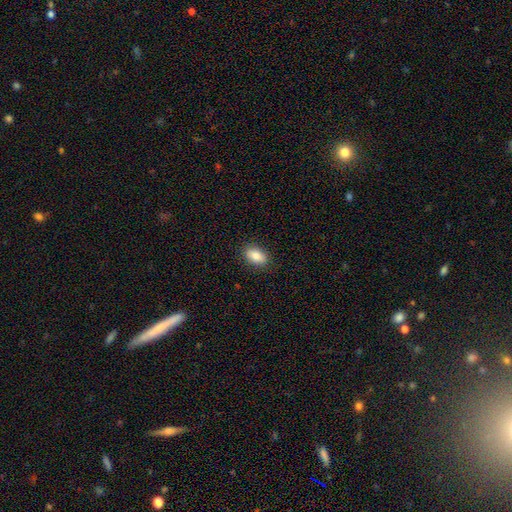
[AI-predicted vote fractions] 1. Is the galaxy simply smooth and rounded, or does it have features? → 85% smooth, 8% star or artifact, 7% featured or disk.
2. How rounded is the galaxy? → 89% in between, 9% round, 3% cigar-shaped.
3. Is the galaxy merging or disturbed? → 88% none, 8% minor disturbance, 2% major disturbance, 1% merger.